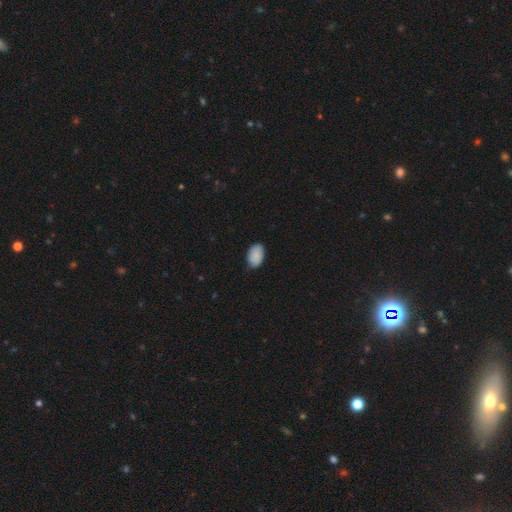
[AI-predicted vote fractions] Morphology: type=smooth (86%); roundness=in between (89%); merging=none (77%).